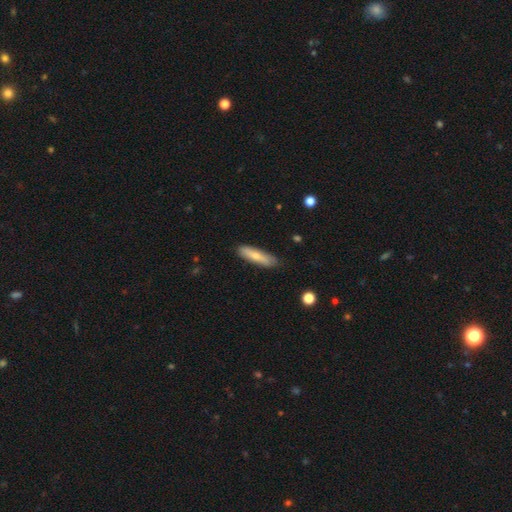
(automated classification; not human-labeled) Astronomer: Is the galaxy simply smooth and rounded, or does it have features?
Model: smooth — 65%.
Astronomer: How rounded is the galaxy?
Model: cigar-shaped — 74%.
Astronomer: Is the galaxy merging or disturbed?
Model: none — 82%.